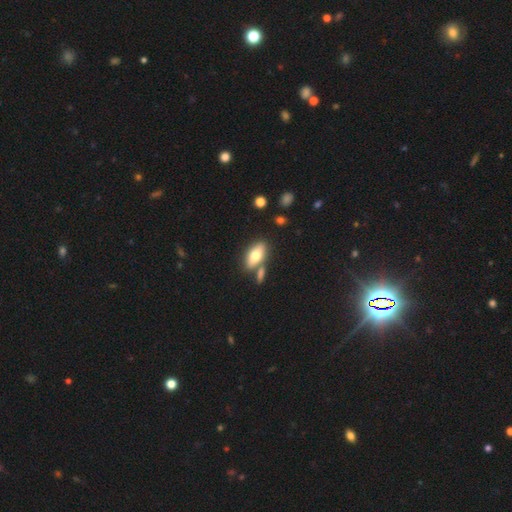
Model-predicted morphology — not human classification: type=smooth (68%); roundness=in between (83%); merging=none (65%).